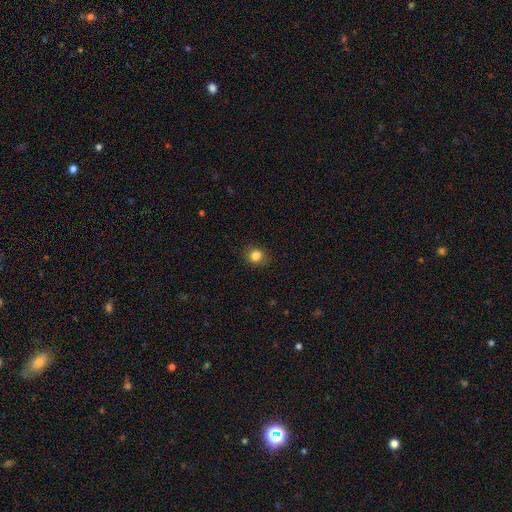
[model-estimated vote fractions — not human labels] Morphology: type=smooth (84%); roundness=round (79%); merging=none (86%).